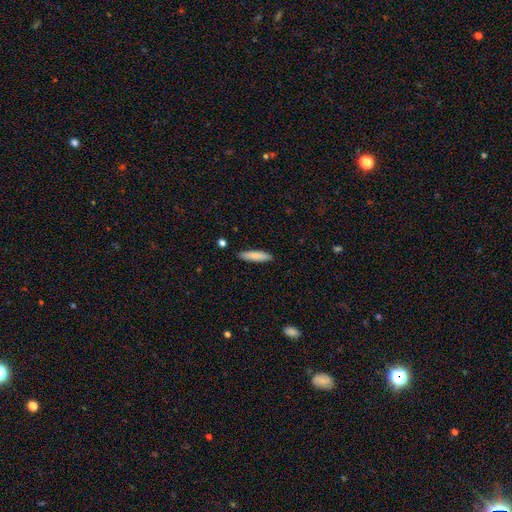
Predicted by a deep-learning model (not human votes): Smooth or featured? Predicted: smooth (p=0.85). How rounded? Predicted: cigar-shaped (p=0.74). Merging? Predicted: none (p=0.88).